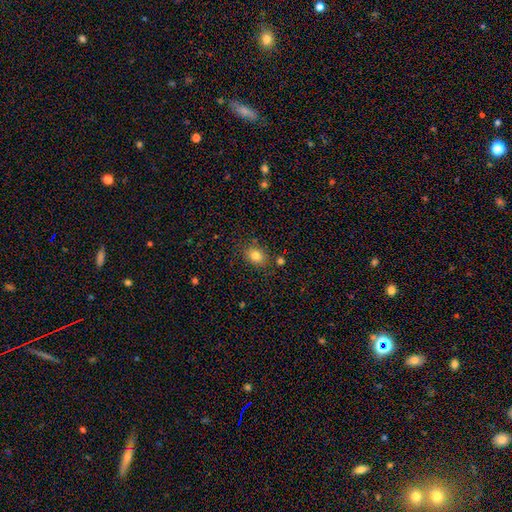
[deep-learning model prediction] smooth 81%, star or artifact 11%, featured or disk 8%. Down the decision tree: how rounded — in between (60%); merging — none (82%).